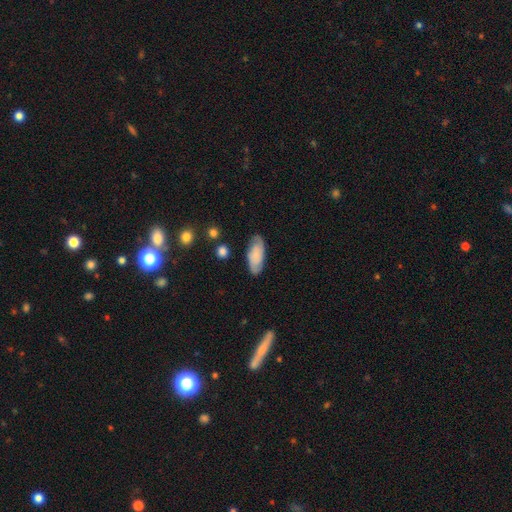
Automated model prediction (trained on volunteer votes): Overall: smooth (66%; featured or disk 27%). How rounded: in between (83%). Merging: none (80%).